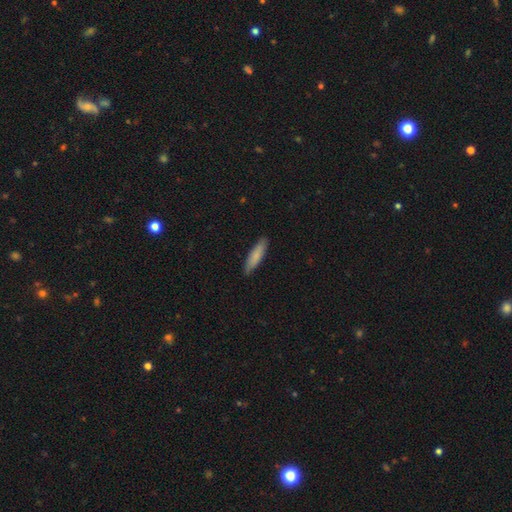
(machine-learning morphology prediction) Overall: smooth (82%). How rounded: cigar-shaped (76%). Merging: none (88%).